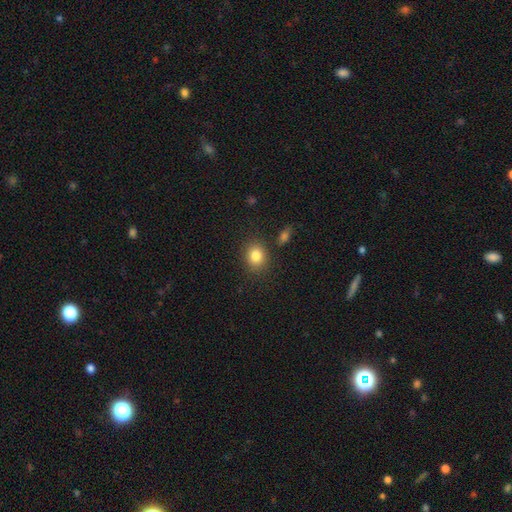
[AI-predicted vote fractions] This appears to be a smooth galaxy with no disk features (83%) that is round (63%). Merging: none (83%).